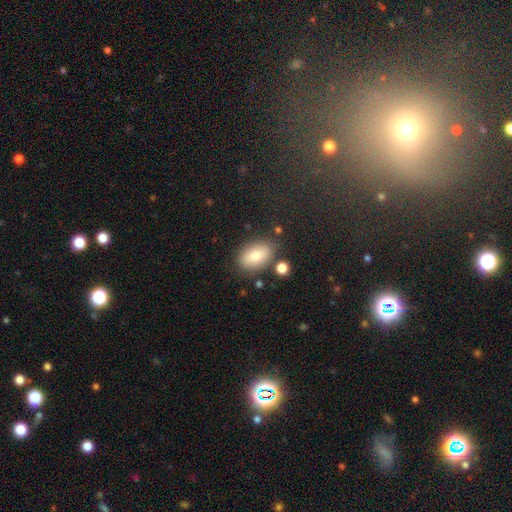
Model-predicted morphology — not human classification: Overall: smooth (77%). How rounded: in between (86%). Merging: none (77%).